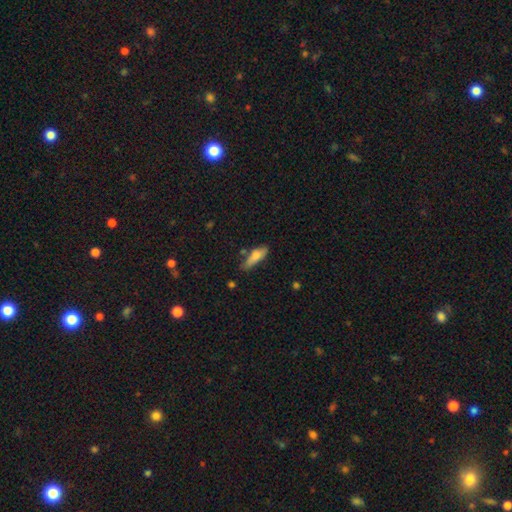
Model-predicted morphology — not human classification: This appears to be a smooth galaxy with no disk features (72%) that is cigar-shaped (54%). Merging: none (64%).